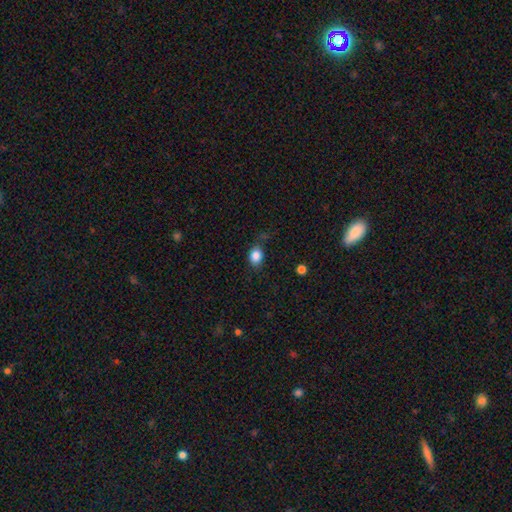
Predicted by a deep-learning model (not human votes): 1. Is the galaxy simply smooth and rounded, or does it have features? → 86% smooth, 10% star or artifact, 5% featured or disk.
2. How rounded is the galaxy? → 53% in between, 46% round, 1% cigar-shaped.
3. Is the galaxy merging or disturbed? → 72% none, 18% minor disturbance, 6% major disturbance, 4% merger.